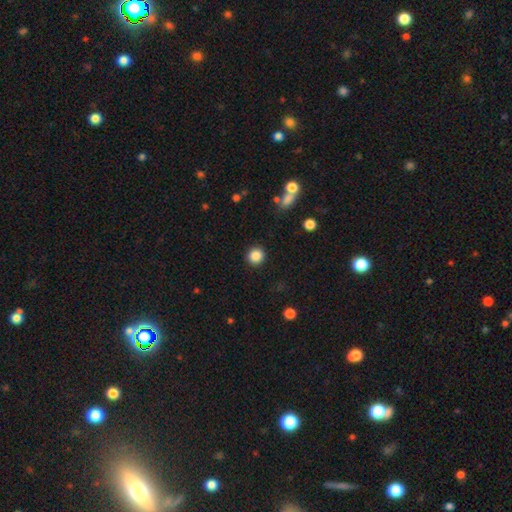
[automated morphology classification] This is clearly a smooth galaxy (86%). How rounded: clearly round (91%). Merging: clearly none (91%).